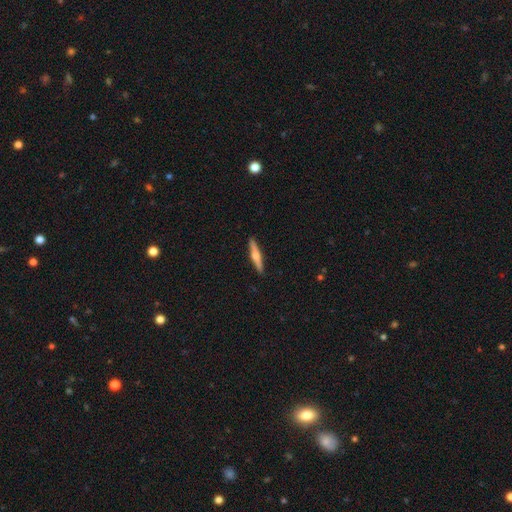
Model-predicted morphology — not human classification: This appears to be a featured or disk galaxy (60%) viewed edge-on (97%) with a rounded central bulge (88%). Merging: none (91%).